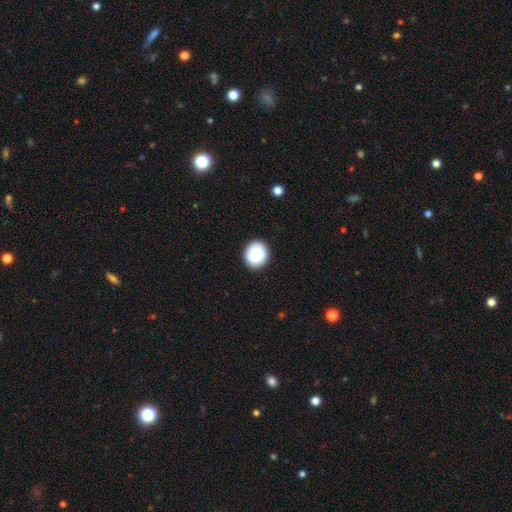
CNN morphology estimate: Smooth or featured?
  - smooth: 82% *
  - featured or disk: 10%
  - star or artifact: 8%
How rounded?
  - round: 71% *
  - in between: 28%
  - cigar-shaped: 1%
Merging?
  - none: 87% *
  - minor disturbance: 10%
  - major disturbance: 2%
  - merger: 1%